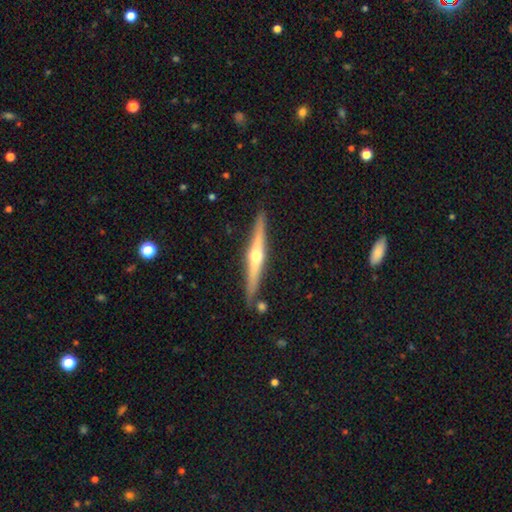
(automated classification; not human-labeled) Q: Smooth or featured?
A: featured or disk (72%); runner-up: smooth (23%)
Q: Edge-on disk?
A: yes (97%); runner-up: no (3%)
Q: Edge-on bulge?
A: rounded (92%); runner-up: none (6%)
Q: Merging?
A: none (86%); runner-up: minor disturbance (9%)